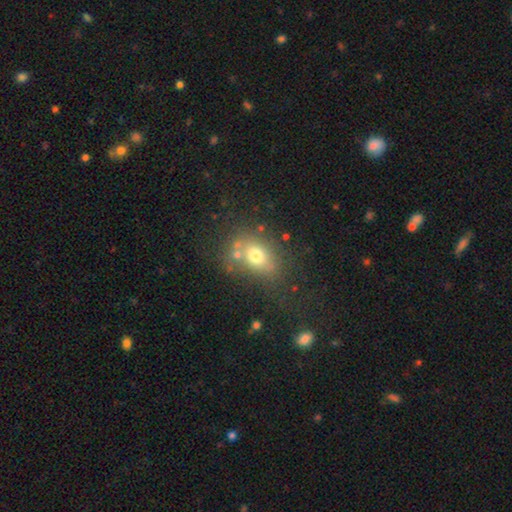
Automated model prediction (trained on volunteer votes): A smooth galaxy with no disk features (69%) that is in between round and cigar-shaped (62%). Merging: none (65%).